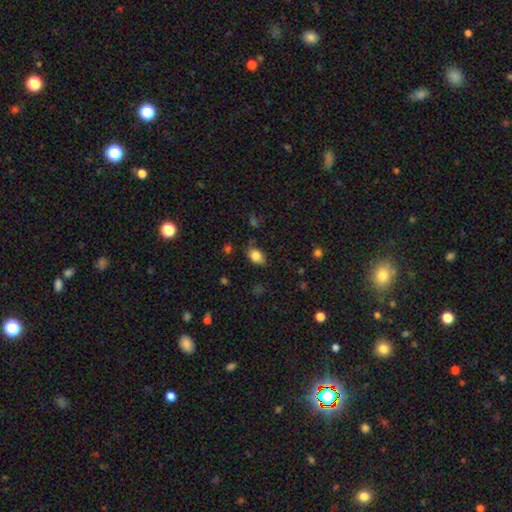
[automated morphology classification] A smooth galaxy with no disk features (83%) that is in between round and cigar-shaped (84%).

Vote fractions:
- Smooth or featured? smooth: 83% / star or artifact: 9% / featured or disk: 8%
- How rounded? in between: 84% / round: 15% / cigar-shaped: 2%
- Merging? none: 75% / minor disturbance: 19% / major disturbance: 4% / merger: 2%